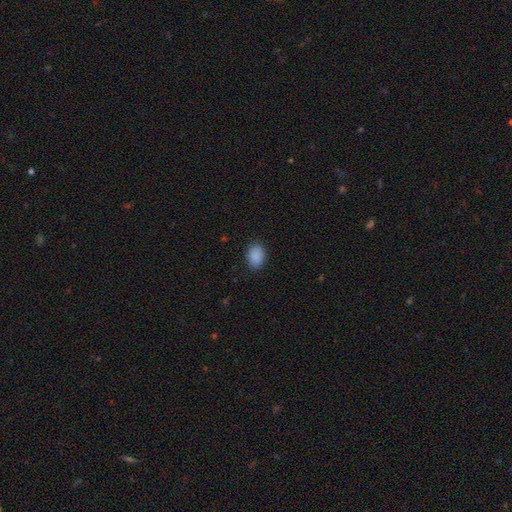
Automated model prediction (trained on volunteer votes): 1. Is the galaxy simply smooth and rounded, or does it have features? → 89% smooth, 8% star or artifact, 3% featured or disk.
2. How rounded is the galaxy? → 74% in between, 25% round, 1% cigar-shaped.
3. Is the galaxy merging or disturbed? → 86% none, 10% minor disturbance, 3% major disturbance, 1% merger.